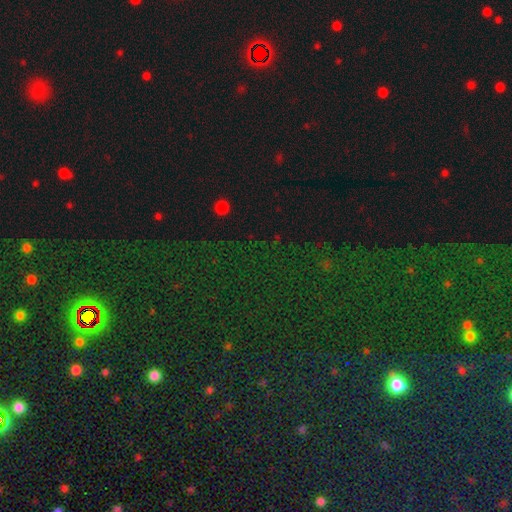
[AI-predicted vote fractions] Smooth or featured? star or artifact (80%)